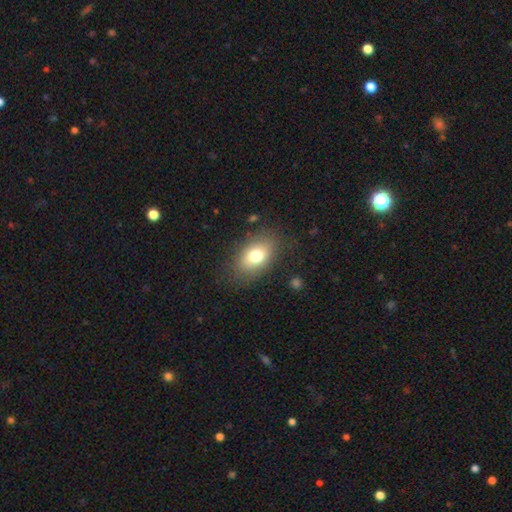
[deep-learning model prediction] Smooth or featured? Predicted: smooth (p=0.75). How rounded? Predicted: in between (p=0.85). Merging? Predicted: none (p=0.81).